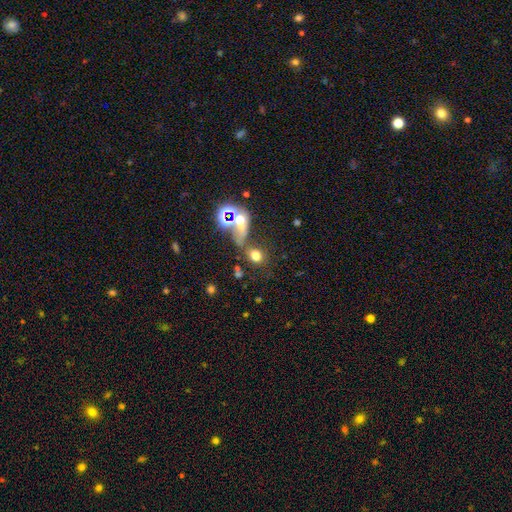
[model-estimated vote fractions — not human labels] A smooth galaxy with no disk features (66%) that is round (63%).

Vote fractions:
- Smooth or featured? smooth: 66% / star or artifact: 22% / featured or disk: 11%
- How rounded? round: 63% / in between: 34% / cigar-shaped: 2%
- Merging? none: 50% / merger: 25% / major disturbance: 13% / minor disturbance: 12%